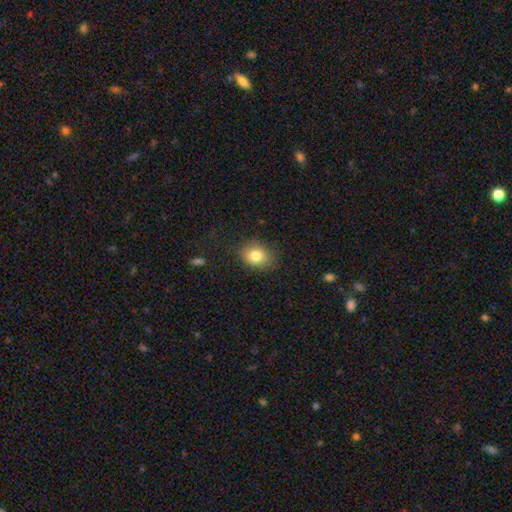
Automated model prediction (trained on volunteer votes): This is clearly a smooth galaxy (81%). How rounded: possibly round (51%). Merging: clearly none (81%).